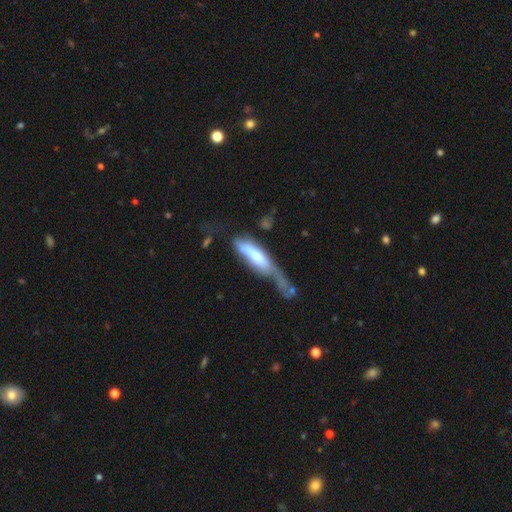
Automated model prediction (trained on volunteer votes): Smooth or featured: smooth — 61% (featured or disk — 33%)
How rounded: cigar-shaped — 56% (in between — 43%)
Merging: major disturbance — 39% (merger — 25%)